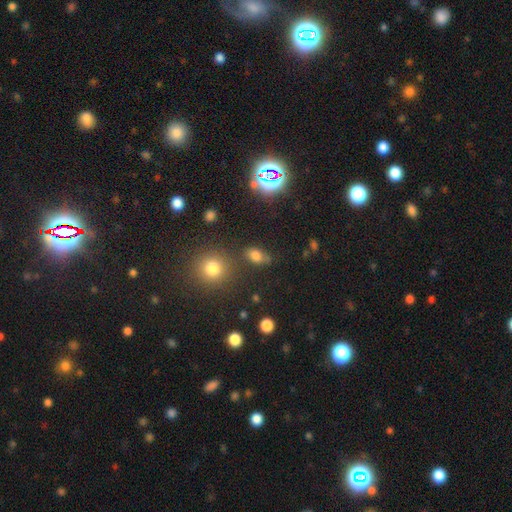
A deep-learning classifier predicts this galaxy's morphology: A smooth galaxy with no disk features (71%) that is in between round and cigar-shaped (75%). Merging: none (66%).